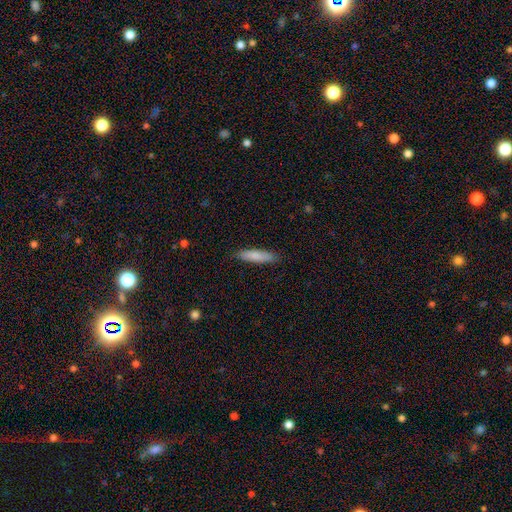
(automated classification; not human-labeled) smooth-or-featured: smooth: 81% | featured or disk: 13% | star or artifact: 6%
  how-rounded: cigar-shaped: 76% | in between: 23% | round: 1%
  merging: none: 86% | minor disturbance: 11% | major disturbance: 2% | merger: 1%